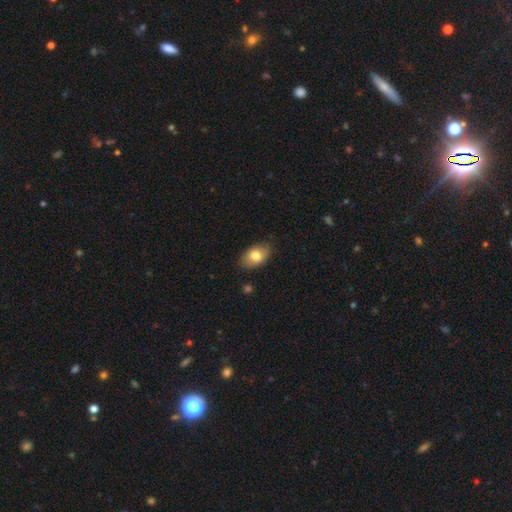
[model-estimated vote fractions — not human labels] The model was most divided on "smooth or featured": smooth: 78%, featured or disk: 15%, star or artifact: 7%. More confident: how rounded — in between (90%); merging — none (81%).